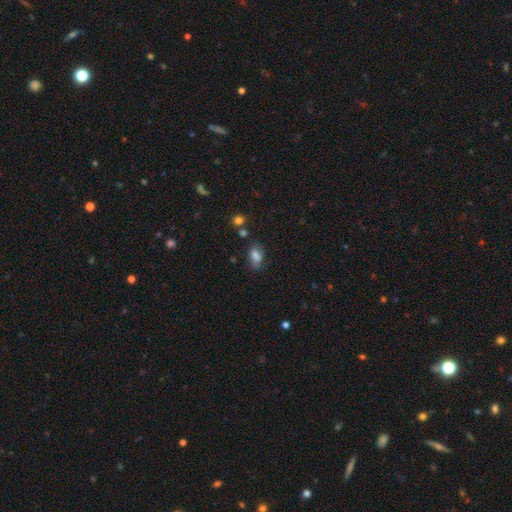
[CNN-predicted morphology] This is likely a smooth galaxy (76%). How rounded: clearly in between (85%). Merging: possibly none (58%).